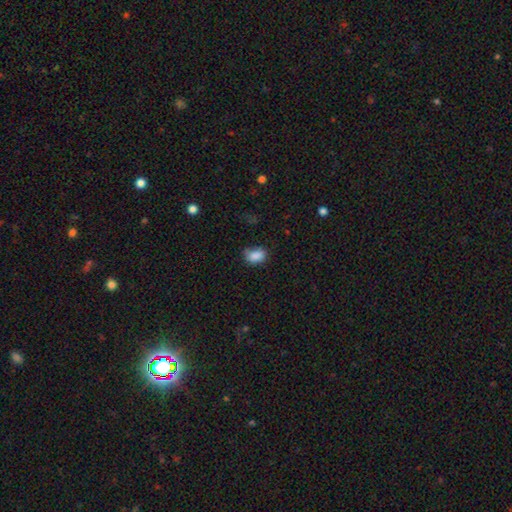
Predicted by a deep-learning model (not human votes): smooth-or-featured: smooth: 86% | star or artifact: 9% | featured or disk: 5%
  how-rounded: in between: 80% | round: 19% | cigar-shaped: 1%
  merging: none: 61% | minor disturbance: 29% | major disturbance: 7% | merger: 3%